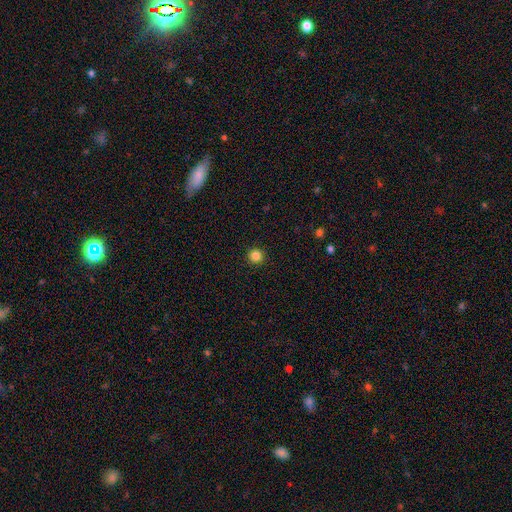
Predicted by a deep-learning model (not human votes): Smooth or featured: smooth — 84% (star or artifact — 12%)
How rounded: round — 95% (in between — 4%)
Merging: none — 93% (minor disturbance — 5%)